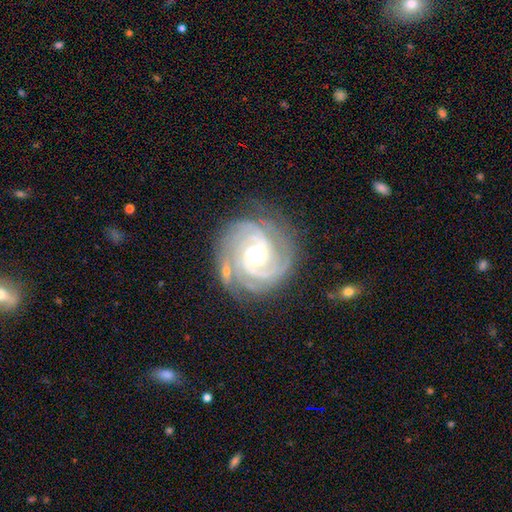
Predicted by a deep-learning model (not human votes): smooth_or_featured: featured or disk (p=0.91) [alt: star or artifact p=0.05]
disk_edge_on: no (p=0.98) [alt: yes p=0.02]
bar: weak (p=0.43) [alt: no p=0.41]
has_spiral_arms: yes (p=0.98) [alt: no p=0.02]
spiral_winding: tight (p=0.72) [alt: medium p=0.25]
spiral_arm_count: 2 (p=0.32) [alt: 3 p=0.31]
bulge_size: moderate (p=0.61) [alt: small p=0.30]
merging: none (p=0.76) [alt: minor disturbance p=0.16]